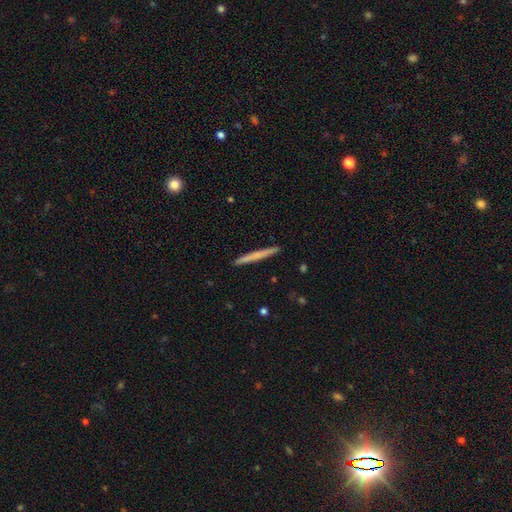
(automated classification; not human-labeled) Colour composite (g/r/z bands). It shows a smooth galaxy with no disk features (59%) that is cigar-shaped (97%). Merging: none (93%).